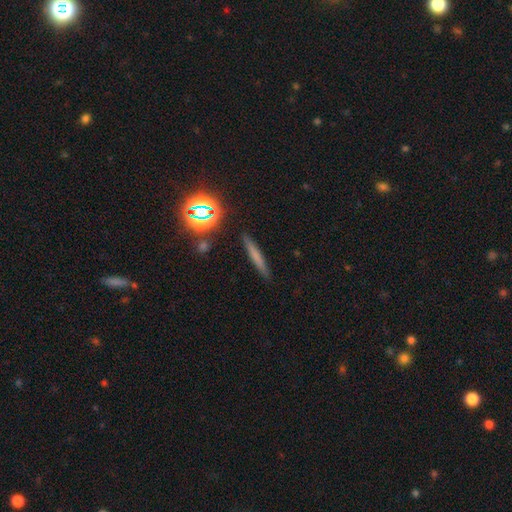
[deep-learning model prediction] smooth-or-featured: smooth: 62% | featured or disk: 24% | star or artifact: 14%
  how-rounded: cigar-shaped: 92% | in between: 5% | round: 3%
  merging: none: 88% | minor disturbance: 8% | major disturbance: 2% | merger: 2%